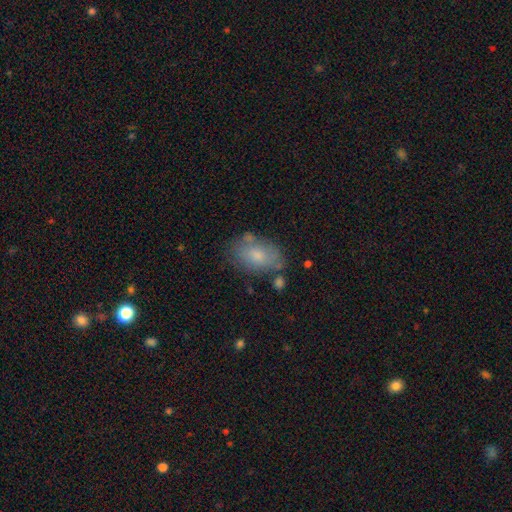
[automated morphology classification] A smooth galaxy with no disk features (71%) that is in between round and cigar-shaped (89%).

Vote fractions:
- Smooth or featured? smooth: 71% / featured or disk: 21% / star or artifact: 9%
- How rounded? in between: 89% / round: 9% / cigar-shaped: 2%
- Merging? none: 66% / minor disturbance: 21% / merger: 7% / major disturbance: 6%